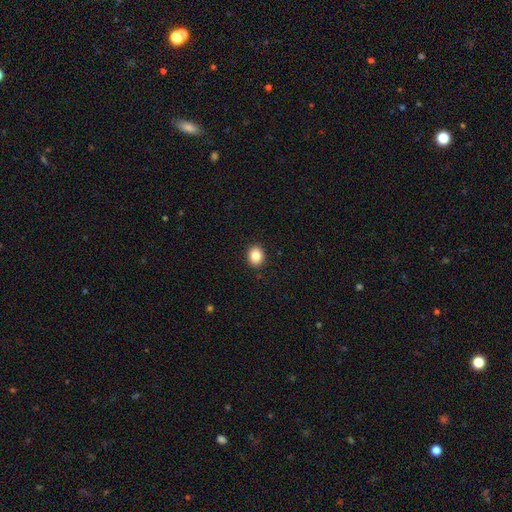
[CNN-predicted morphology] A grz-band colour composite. It shows a smooth galaxy with no disk features (85%) that is round (56%). Merging: none (91%).